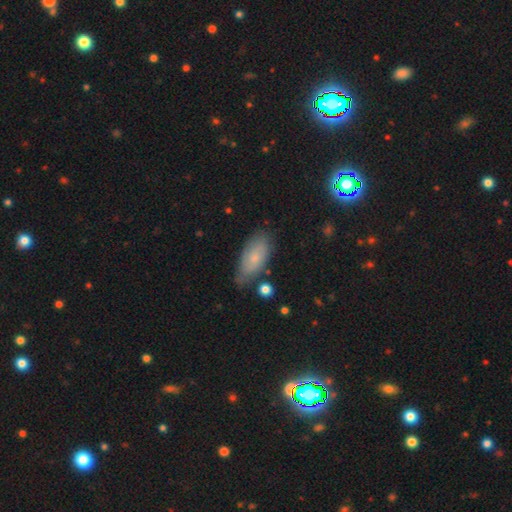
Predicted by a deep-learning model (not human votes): Q: Smooth or featured?
A: smooth (68%); runner-up: featured or disk (25%)
Q: How rounded?
A: in between (88%); runner-up: cigar-shaped (9%)
Q: Merging?
A: none (67%); runner-up: minor disturbance (25%)